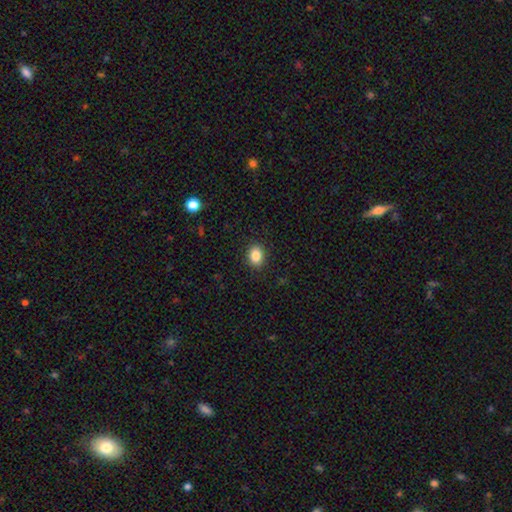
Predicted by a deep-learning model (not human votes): Smooth or featured: smooth — 85% (star or artifact — 10%)
How rounded: in between — 55% (round — 44%)
Merging: none — 89% (minor disturbance — 8%)